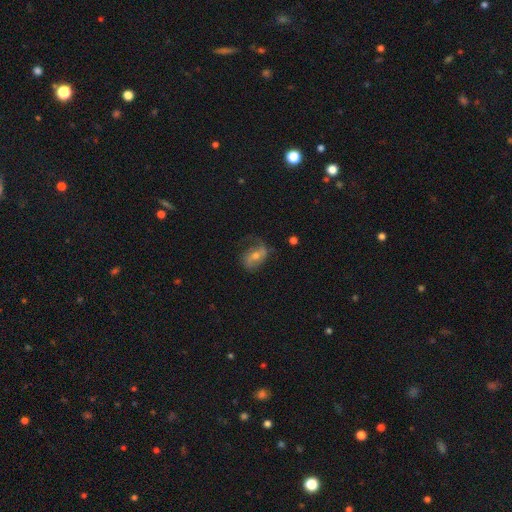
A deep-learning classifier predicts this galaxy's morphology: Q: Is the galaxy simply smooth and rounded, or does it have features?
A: featured or disk — 65%.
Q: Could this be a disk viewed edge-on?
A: no — 95%.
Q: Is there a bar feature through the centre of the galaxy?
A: no — 45%.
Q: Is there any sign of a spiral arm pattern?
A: yes — 85%.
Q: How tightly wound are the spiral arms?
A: loose — 46%.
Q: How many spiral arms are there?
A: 2 — 69%.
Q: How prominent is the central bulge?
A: moderate — 50%.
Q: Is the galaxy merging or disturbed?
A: none — 58%.